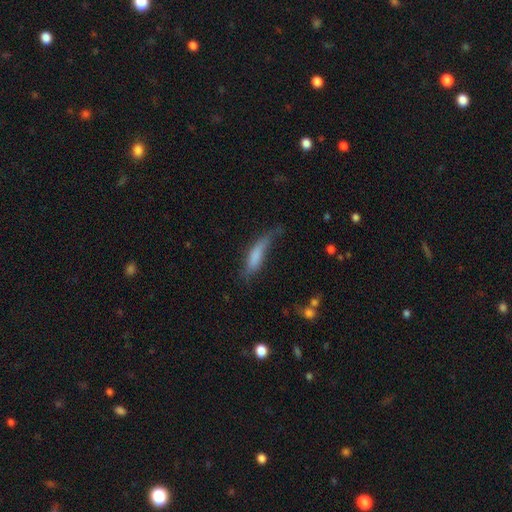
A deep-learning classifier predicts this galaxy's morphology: This is likely a smooth galaxy (70%). How rounded: likely cigar-shaped (70%). Merging: marginally none (38%).